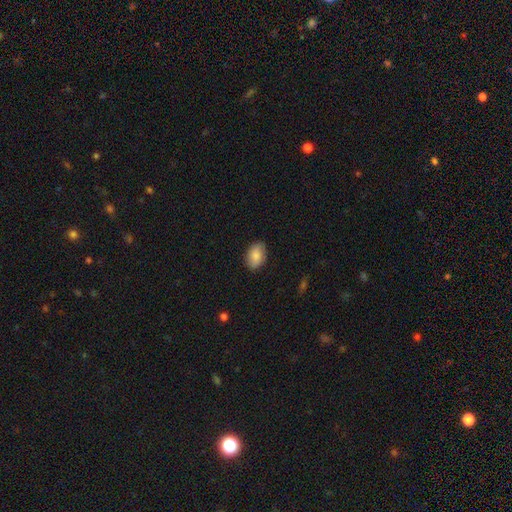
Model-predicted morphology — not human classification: The model was most divided on "merging": none: 85%, minor disturbance: 11%, major disturbance: 2%, merger: 1%. More confident: how rounded — in between (90%); smooth or featured — smooth (85%).